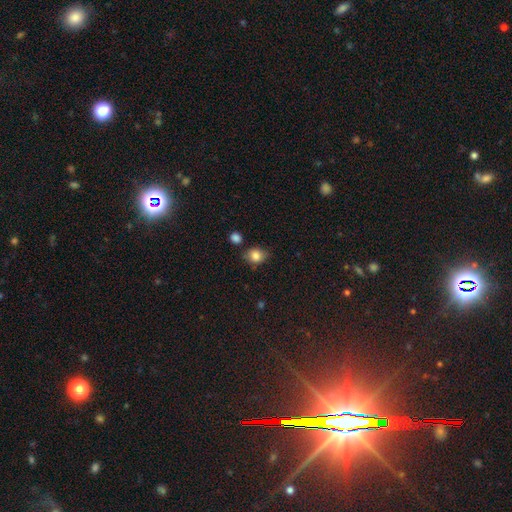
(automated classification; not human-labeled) smooth 82%, star or artifact 10%, featured or disk 8%. Down the decision tree: how rounded — round (58%); merging — none (70%).